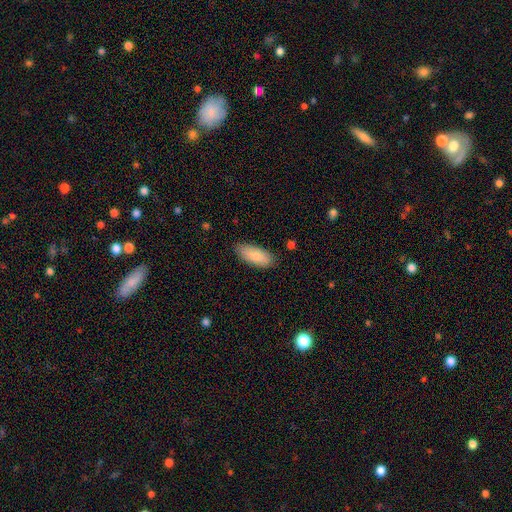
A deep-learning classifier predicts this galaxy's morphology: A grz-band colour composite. It shows a smooth galaxy with no disk features (82%) that is in between round and cigar-shaped (84%). Merging: none (84%).